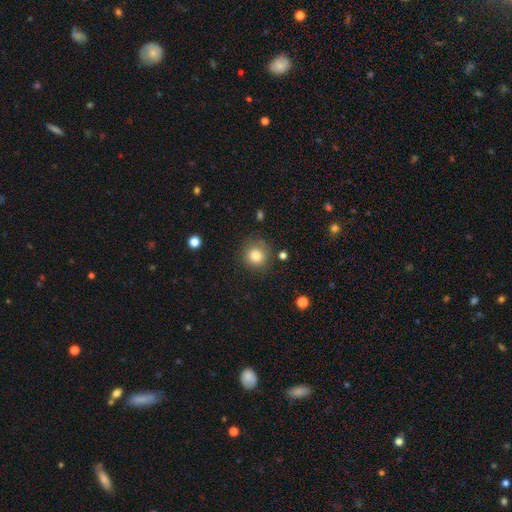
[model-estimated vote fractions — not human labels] Q: Smooth or featured?
A: smooth (83%); runner-up: star or artifact (11%)
Q: How rounded?
A: round (91%); runner-up: in between (8%)
Q: Merging?
A: none (82%); runner-up: minor disturbance (12%)